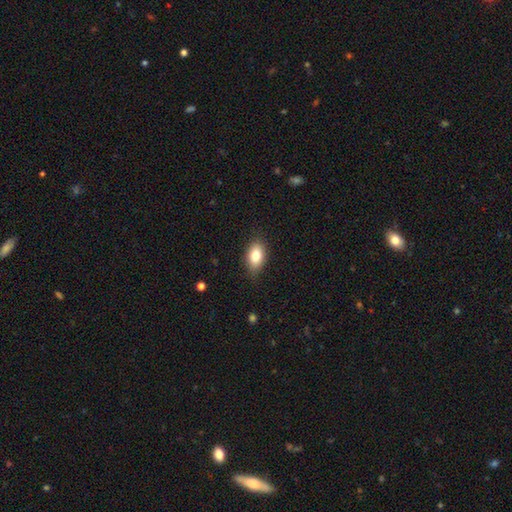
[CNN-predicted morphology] smooth_or_featured: smooth (p=0.80) [alt: featured or disk p=0.12]
how_rounded: in between (p=0.87) [alt: round p=0.11]
merging: none (p=0.81) [alt: minor disturbance p=0.15]